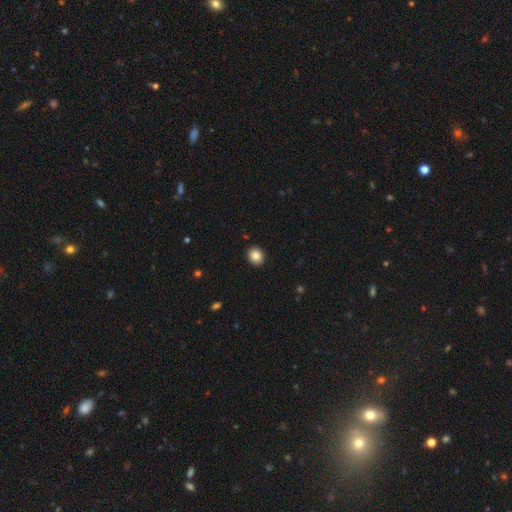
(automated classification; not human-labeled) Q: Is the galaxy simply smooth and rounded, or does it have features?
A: smooth — 84%.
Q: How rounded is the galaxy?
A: round — 73%.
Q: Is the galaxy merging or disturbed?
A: none — 92%.